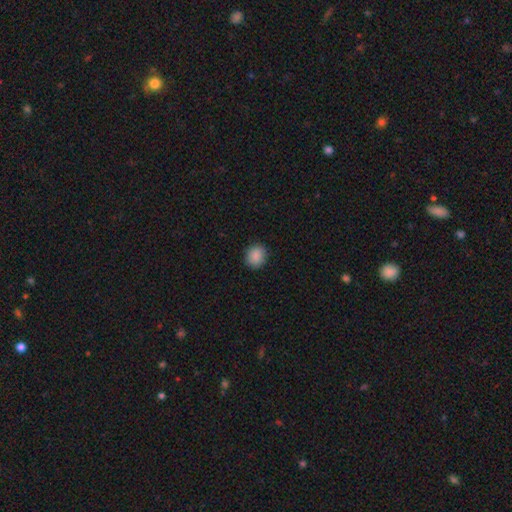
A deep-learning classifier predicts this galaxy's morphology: Q: Smooth or featured?
A: smooth (89%); runner-up: star or artifact (8%)
Q: How rounded?
A: round (80%); runner-up: in between (19%)
Q: Merging?
A: none (89%); runner-up: minor disturbance (8%)